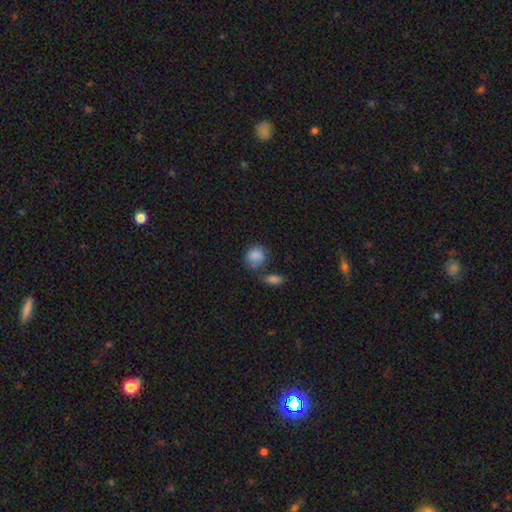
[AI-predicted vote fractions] Smooth or featured? smooth (84%)
How rounded? round (61%)
Merging? none (49%)